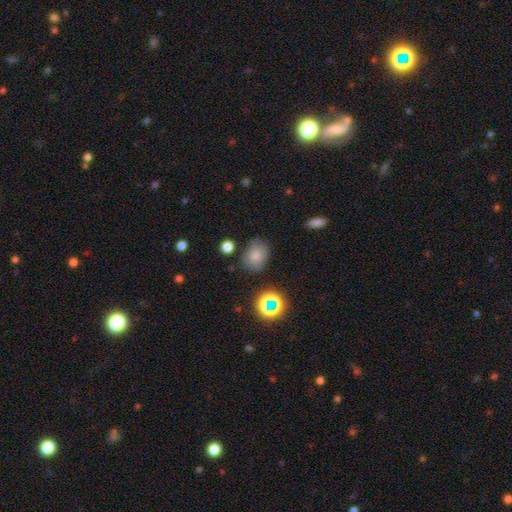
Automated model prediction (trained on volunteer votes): A smooth galaxy with no disk features (75%) that is in between round and cigar-shaped (59%). Merging: none (74%).